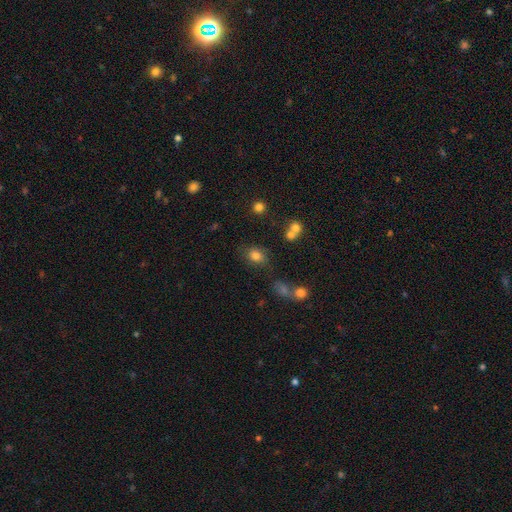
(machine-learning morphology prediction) type=smooth (79%); roundness=in between (57%); merging=none (71%).